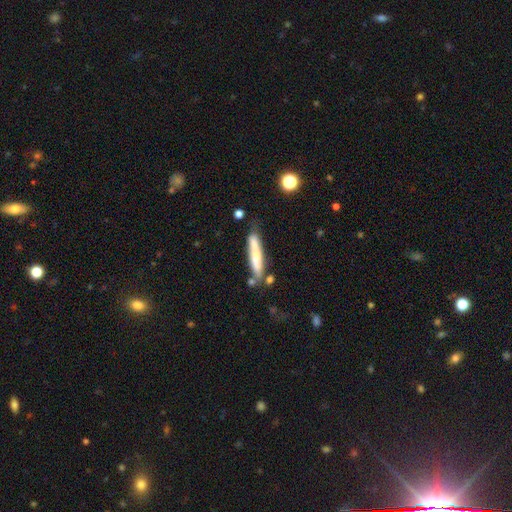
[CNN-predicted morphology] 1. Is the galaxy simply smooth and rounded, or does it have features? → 63% smooth, 31% featured or disk, 7% star or artifact.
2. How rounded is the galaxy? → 91% cigar-shaped, 8% in between, 1% round.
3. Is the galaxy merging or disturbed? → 65% none, 21% minor disturbance, 9% merger, 5% major disturbance.